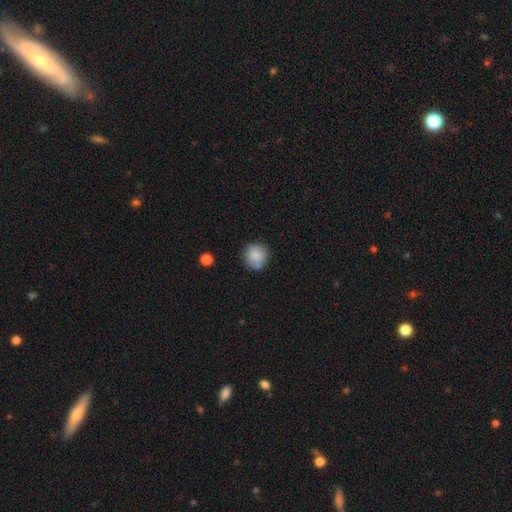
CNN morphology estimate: Smooth or featured? Predicted: smooth (p=0.84). How rounded? Predicted: round (p=0.91). Merging? Predicted: none (p=0.77).